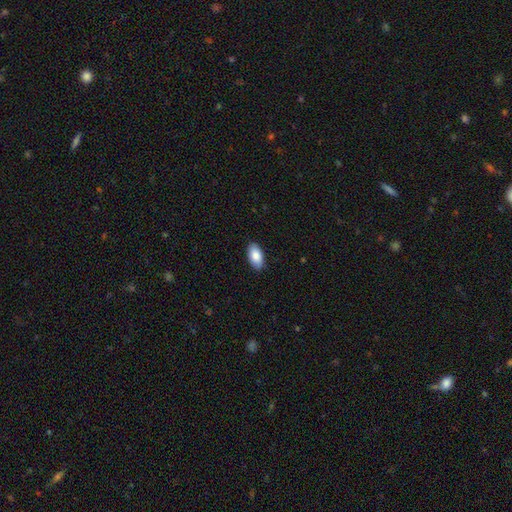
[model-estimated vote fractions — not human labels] Overall: smooth (86%). How rounded: in between (95%). Merging: none (89%).